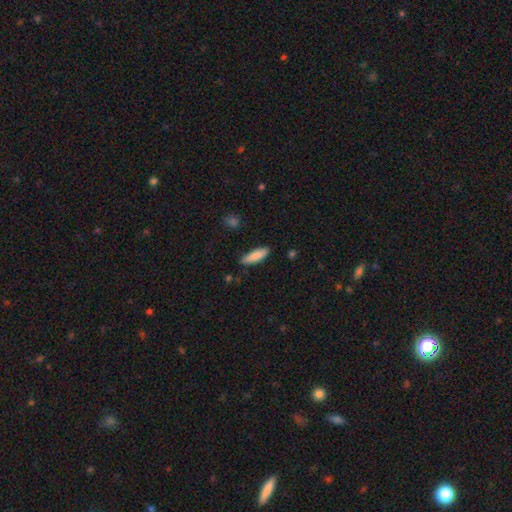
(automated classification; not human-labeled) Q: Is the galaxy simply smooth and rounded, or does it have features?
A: smooth — 86%.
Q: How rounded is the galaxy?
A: cigar-shaped — 51%.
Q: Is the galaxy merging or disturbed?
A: none — 82%.